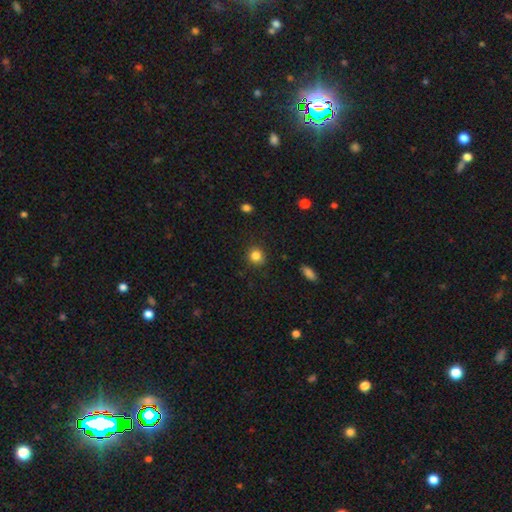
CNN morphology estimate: type=smooth (84%); roundness=round (87%); merging=none (88%).